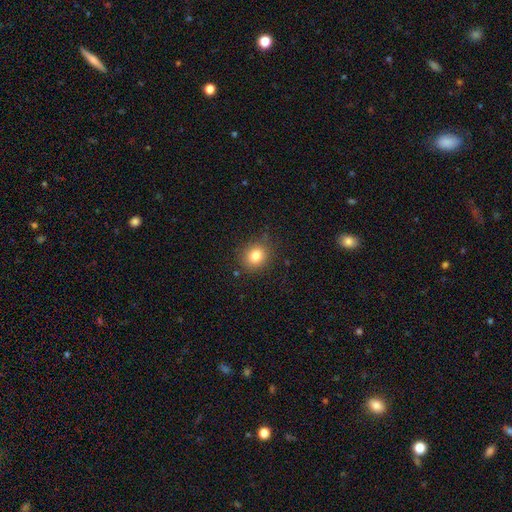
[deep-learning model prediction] Smooth or featured? smooth (80%)
How rounded? round (78%)
Merging? none (84%)